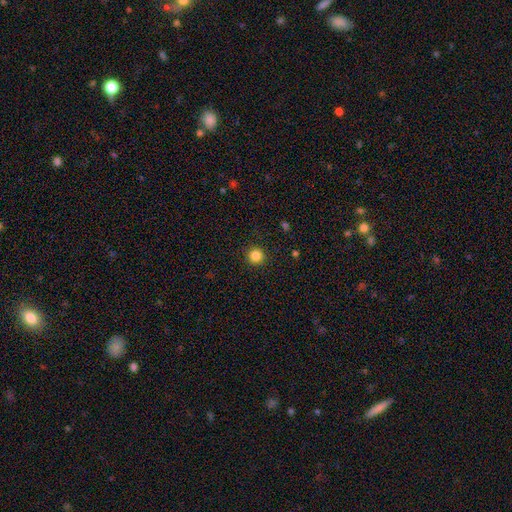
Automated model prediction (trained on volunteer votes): smooth 84%, star or artifact 12%, featured or disk 4%. Down the decision tree: how rounded — round (96%); merging — none (92%).